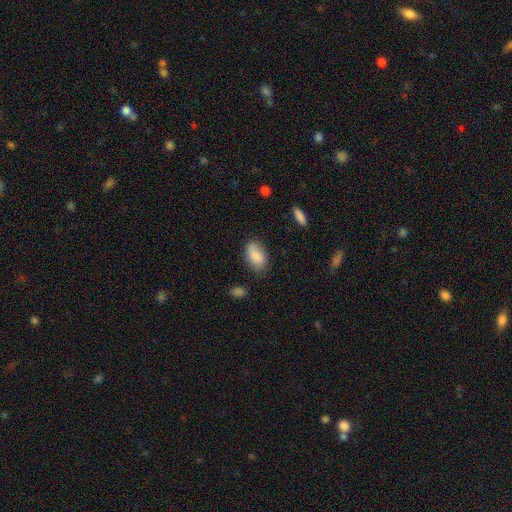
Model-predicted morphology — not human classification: type=smooth (84%); roundness=in between (92%); merging=none (70%).